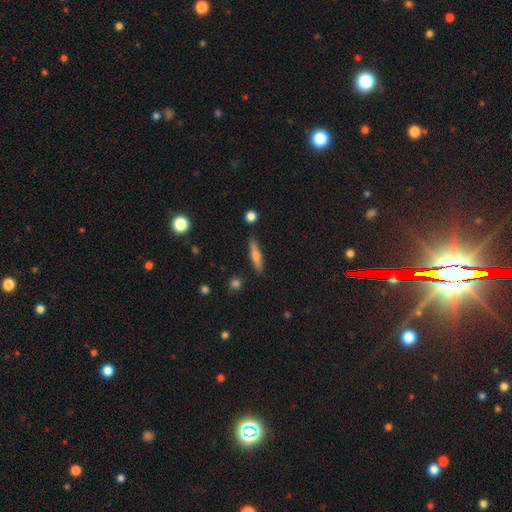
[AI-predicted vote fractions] Morphology: type=smooth (63%); roundness=cigar-shaped (83%); merging=none (86%).